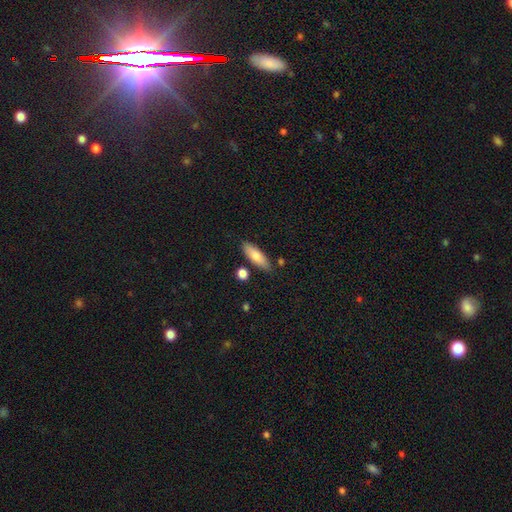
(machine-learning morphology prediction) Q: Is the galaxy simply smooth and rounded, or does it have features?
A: smooth — 76%.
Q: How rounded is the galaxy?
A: in between — 60%.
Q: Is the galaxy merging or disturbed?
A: none — 81%.